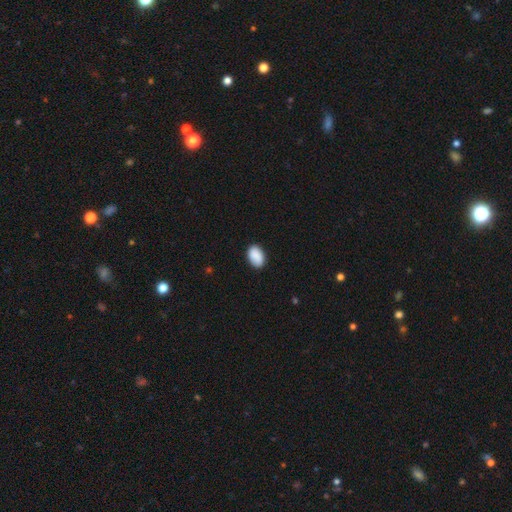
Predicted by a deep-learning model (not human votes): Smooth or featured? Predicted: smooth (p=0.90). How rounded? Predicted: in between (p=0.89). Merging? Predicted: none (p=0.86).